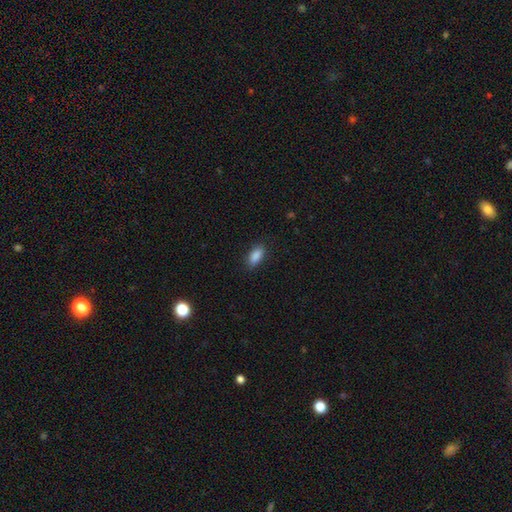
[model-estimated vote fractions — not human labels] This is clearly a smooth galaxy (88%). How rounded: clearly in between (87%). Merging: clearly none (86%).